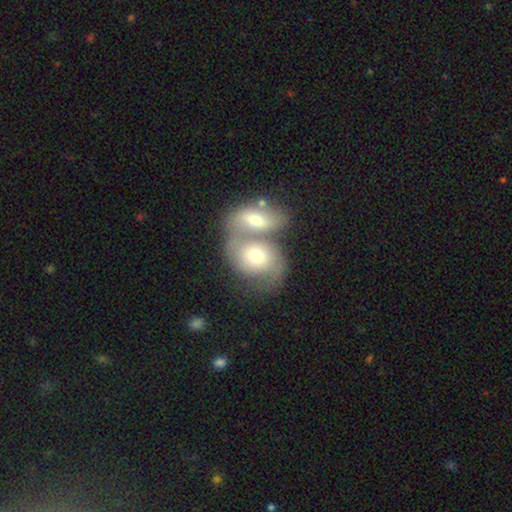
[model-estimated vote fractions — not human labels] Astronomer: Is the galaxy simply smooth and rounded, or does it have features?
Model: featured or disk — 48% (runner-up: smooth, 45%).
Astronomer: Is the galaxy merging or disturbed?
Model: merger — 69%.